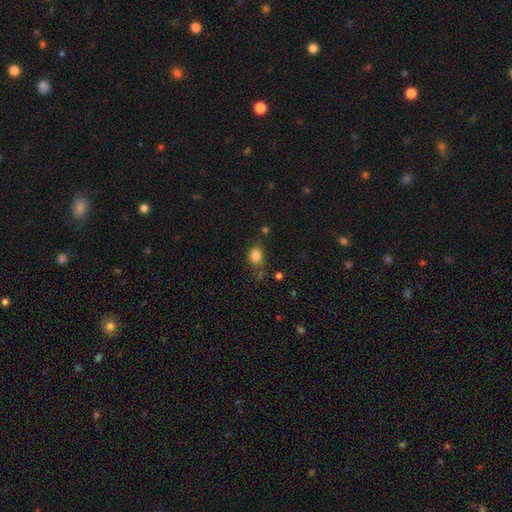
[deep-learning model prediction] This appears to be a smooth galaxy with no disk features (83%) that is round (65%). Merging: none (66%).